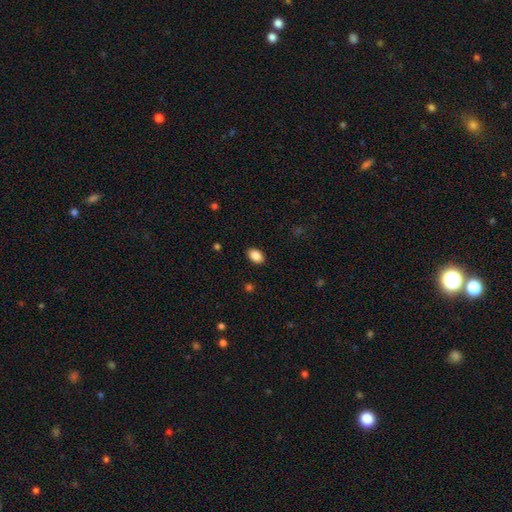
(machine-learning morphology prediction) smooth-or-featured: smooth: 88% | star or artifact: 8% | featured or disk: 4%
  how-rounded: in between: 86% | round: 13% | cigar-shaped: 1%
  merging: none: 89% | minor disturbance: 8% | major disturbance: 2% | merger: 1%